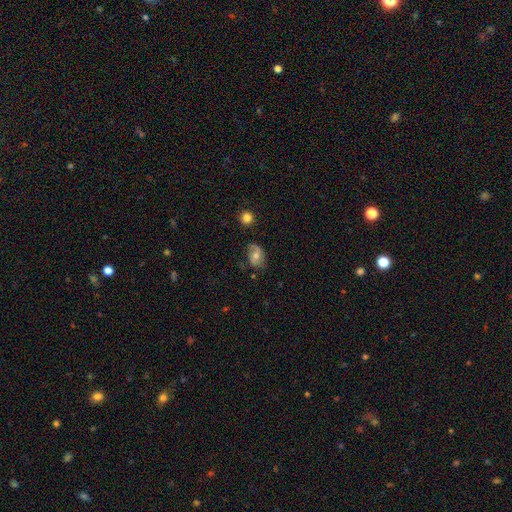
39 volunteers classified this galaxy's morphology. type=smooth (54%); roundness=in between (86%); merging=none (76%).